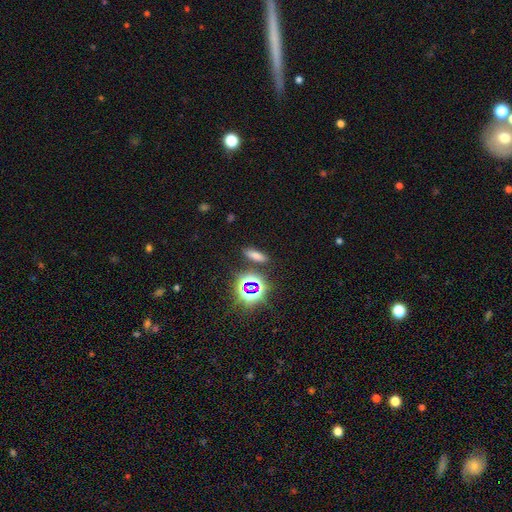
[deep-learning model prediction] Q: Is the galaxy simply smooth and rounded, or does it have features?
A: smooth — 64%.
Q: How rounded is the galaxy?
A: in between — 47%.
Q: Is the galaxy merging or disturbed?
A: none — 85%.